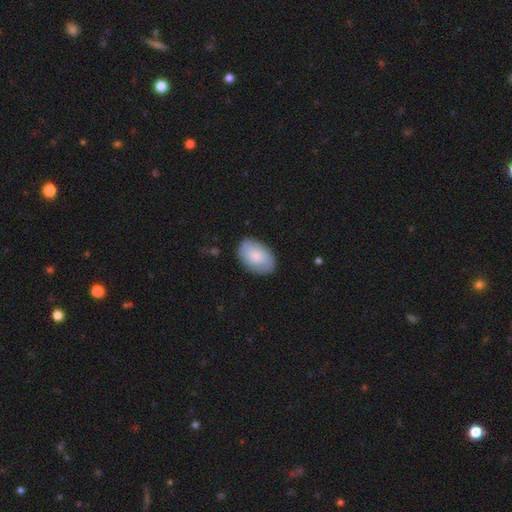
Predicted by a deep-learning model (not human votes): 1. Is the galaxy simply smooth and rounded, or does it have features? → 78% smooth, 17% featured or disk, 6% star or artifact.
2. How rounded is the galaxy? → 90% in between, 9% round, 1% cigar-shaped.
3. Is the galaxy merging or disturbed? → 81% none, 15% minor disturbance, 3% major disturbance, 1% merger.